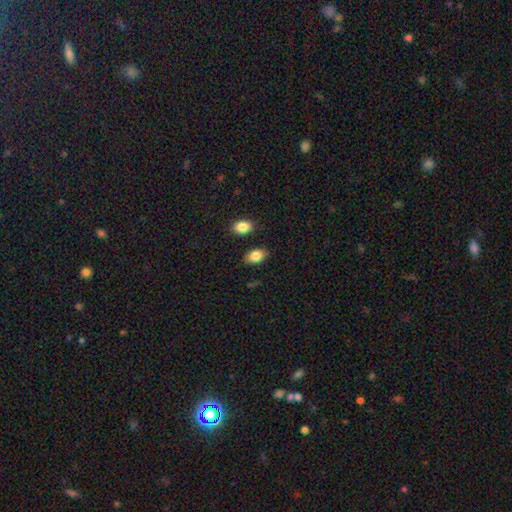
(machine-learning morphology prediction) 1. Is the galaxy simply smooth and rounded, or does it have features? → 84% smooth, 8% featured or disk, 8% star or artifact.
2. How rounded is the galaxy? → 88% in between, 10% round, 1% cigar-shaped.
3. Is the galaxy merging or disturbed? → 83% none, 10% minor disturbance, 4% merger, 2% major disturbance.